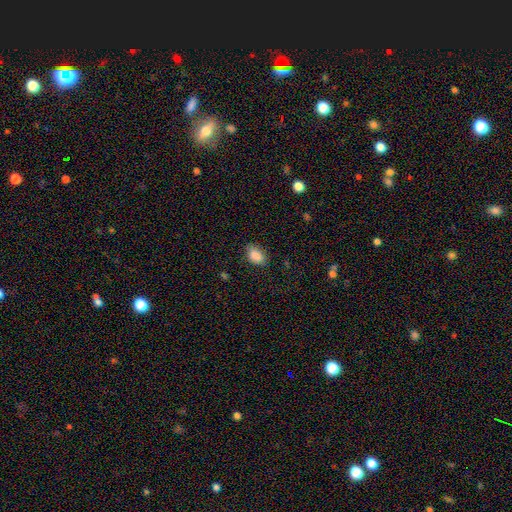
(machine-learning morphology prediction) This appears to be a smooth galaxy with no disk features (87%) that is in between round and cigar-shaped (87%). Merging: none (77%).